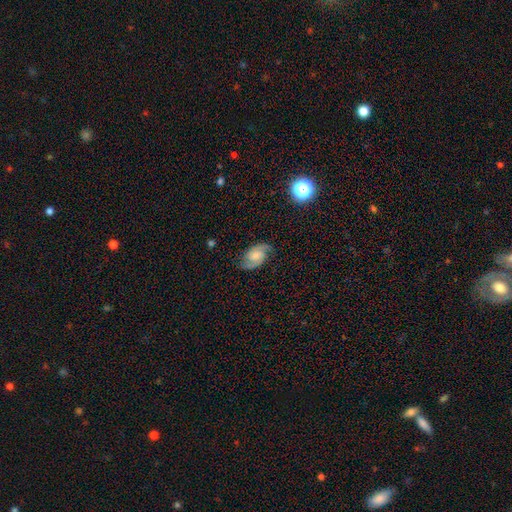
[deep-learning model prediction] This appears to be a featured or disk galaxy (81%) with no bar (55%), 2 (92%) medium (54%) spiral arms (97%) and a moderate central bulge (42%). Merging: none (80%).